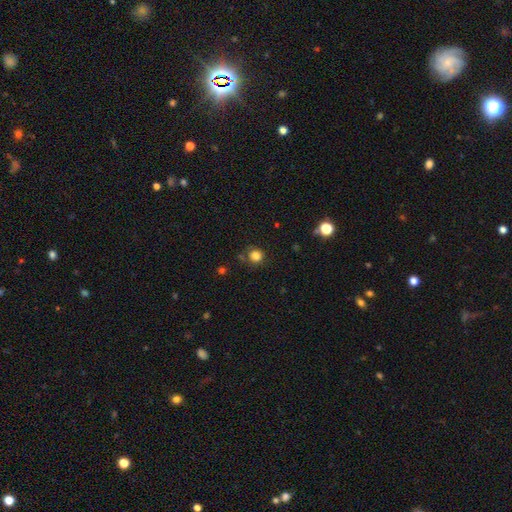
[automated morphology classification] Overall: smooth (82%). How rounded: round (89%). Merging: none (77%).